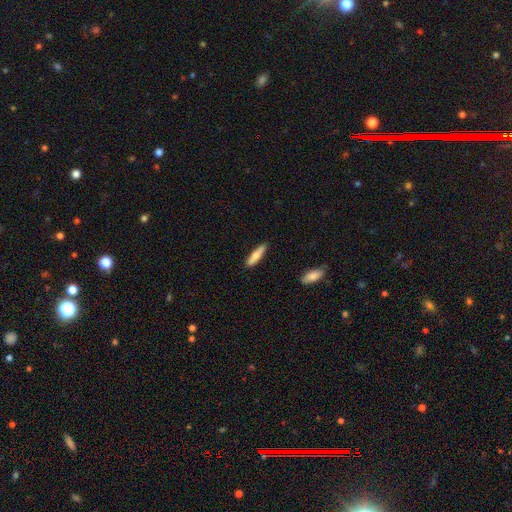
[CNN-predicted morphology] smooth 75%, featured or disk 20%, star or artifact 6%. Down the decision tree: how rounded — cigar-shaped (76%); merging — none (87%).